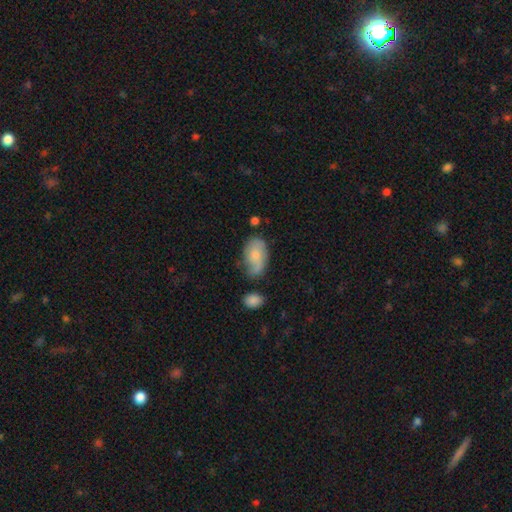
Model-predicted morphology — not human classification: type=smooth (59%); roundness=in between (91%); merging=none (48%).